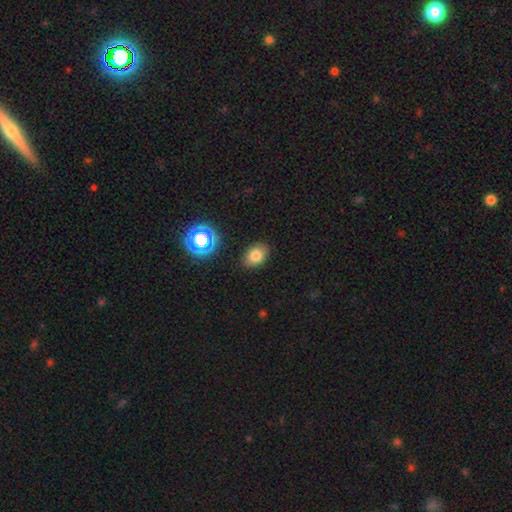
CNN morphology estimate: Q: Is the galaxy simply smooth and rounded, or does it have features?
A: smooth — 77%.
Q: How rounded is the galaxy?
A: in between — 77%.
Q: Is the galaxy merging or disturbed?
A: none — 86%.